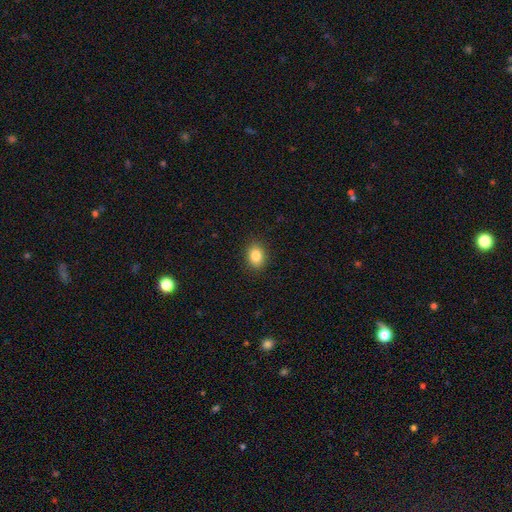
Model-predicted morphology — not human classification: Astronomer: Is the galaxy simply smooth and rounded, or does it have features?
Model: smooth — 84%.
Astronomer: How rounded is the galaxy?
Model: in between — 62% (runner-up: round, 37%).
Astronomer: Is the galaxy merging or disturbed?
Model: none — 89%.